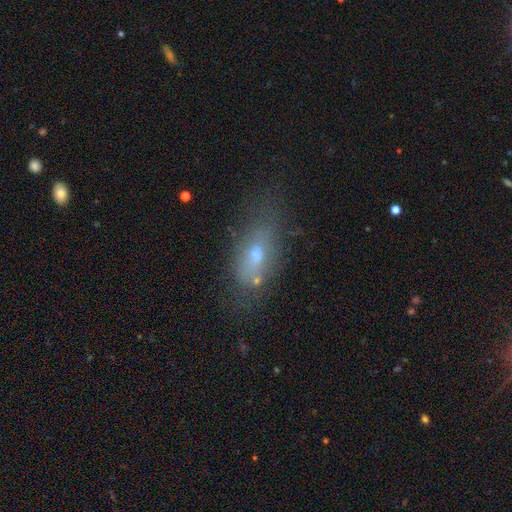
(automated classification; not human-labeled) Smooth or featured: smooth — 55% (featured or disk — 31%)
How rounded: in between — 79% (cigar-shaped — 13%)
Merging: none — 55% (minor disturbance — 24%)